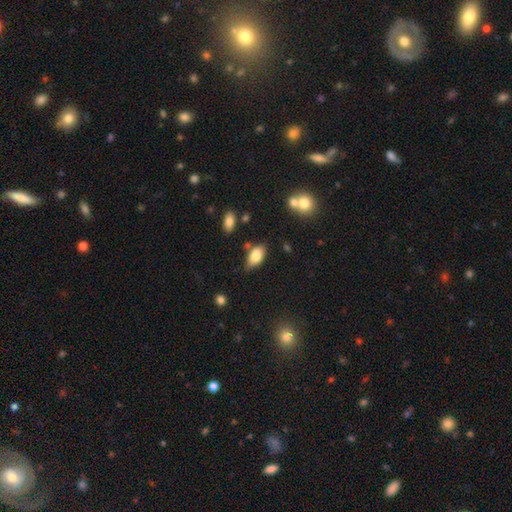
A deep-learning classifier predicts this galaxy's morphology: smooth-or-featured: smooth: 82% | featured or disk: 10% | star or artifact: 8%
  how-rounded: in between: 91% | cigar-shaped: 5% | round: 4%
  merging: none: 62% | minor disturbance: 25% | merger: 8% | major disturbance: 6%